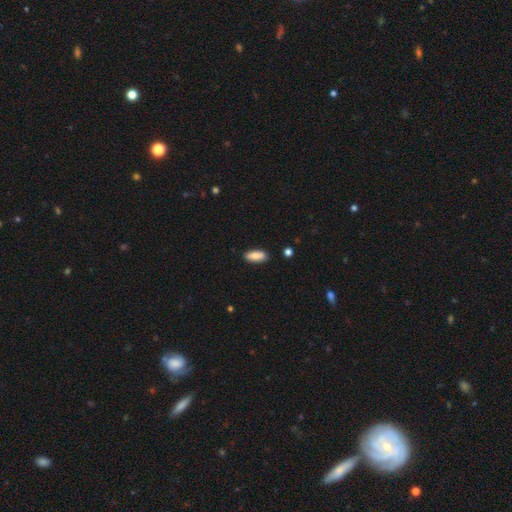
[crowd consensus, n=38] This is clearly a smooth galaxy (87%). How rounded: likely in between (70%). Merging: clearly none (86%).